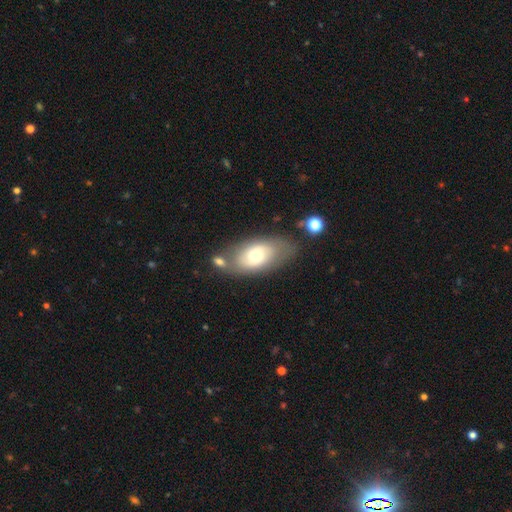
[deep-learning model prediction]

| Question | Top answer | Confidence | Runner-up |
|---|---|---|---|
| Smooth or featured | smooth | 59% | featured or disk (34%) |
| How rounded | in between | 89% | round (6%) |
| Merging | none | 62% | minor disturbance (18%) |